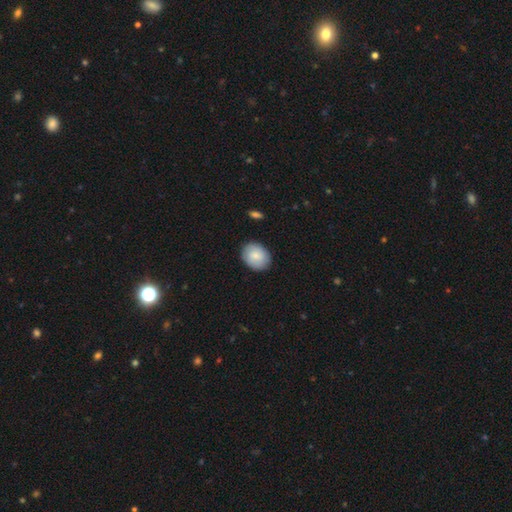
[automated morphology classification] Q: Smooth or featured?
A: smooth (83%); runner-up: featured or disk (11%)
Q: How rounded?
A: in between (59%); runner-up: round (40%)
Q: Merging?
A: none (87%); runner-up: minor disturbance (10%)